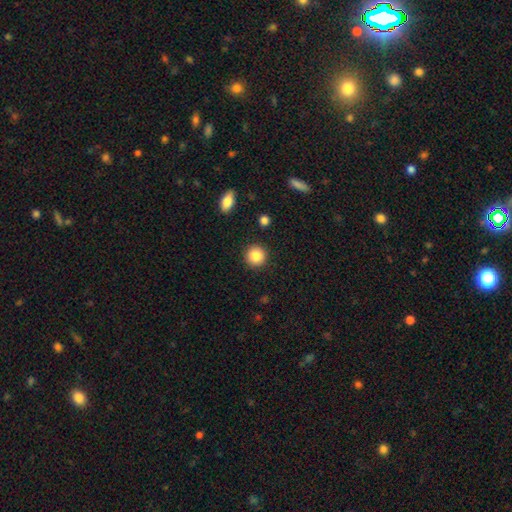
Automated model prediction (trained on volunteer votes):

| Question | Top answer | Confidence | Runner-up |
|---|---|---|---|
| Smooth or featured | smooth | 85% | star or artifact (9%) |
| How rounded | round | 94% | in between (5%) |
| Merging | none | 91% | minor disturbance (5%) |